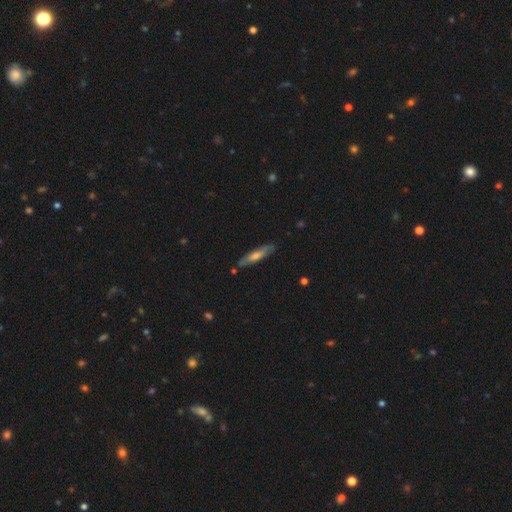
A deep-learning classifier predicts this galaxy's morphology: This appears to be a smooth galaxy with no disk features (48%). Merging: none (82%).